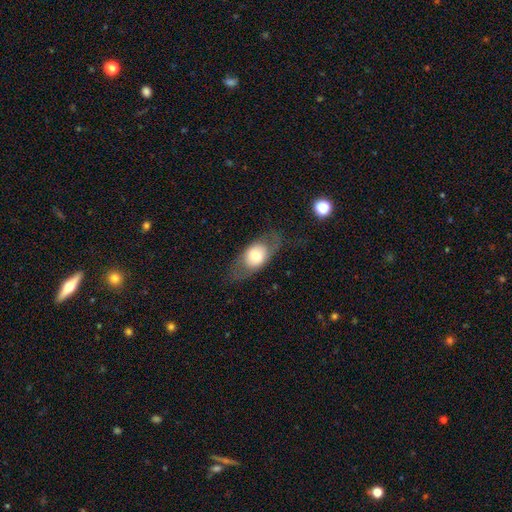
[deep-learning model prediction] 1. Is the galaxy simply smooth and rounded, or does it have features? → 55% smooth, 38% featured or disk, 7% star or artifact.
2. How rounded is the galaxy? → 71% in between, 24% round, 5% cigar-shaped.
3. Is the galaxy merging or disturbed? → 73% none, 15% minor disturbance, 11% major disturbance, 1% merger.